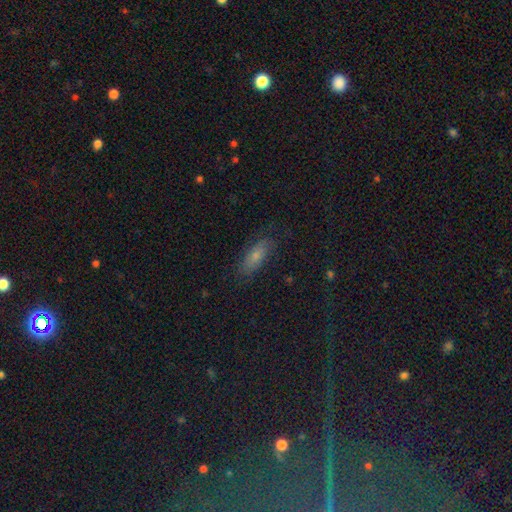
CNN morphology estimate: A smooth galaxy with no disk features (58%) that is in between round and cigar-shaped (65%).

Vote fractions:
- Smooth or featured? smooth: 58% / featured or disk: 25% / star or artifact: 17%
- How rounded? in between: 65% / cigar-shaped: 32% / round: 4%
- Merging? none: 79% / minor disturbance: 15% / major disturbance: 4% / merger: 1%